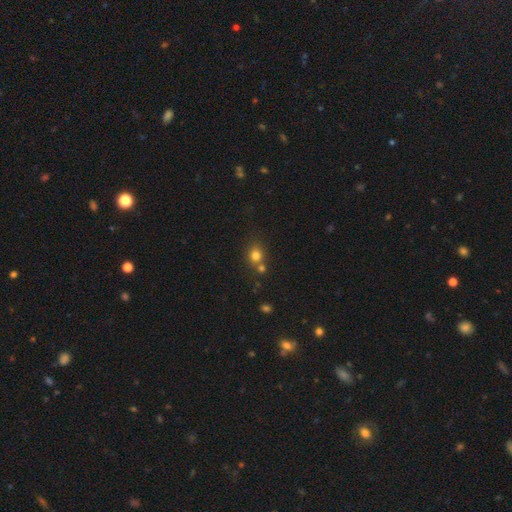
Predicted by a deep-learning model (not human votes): Smooth or featured? smooth (78%)
How rounded? round (73%)
Merging? none (56%)